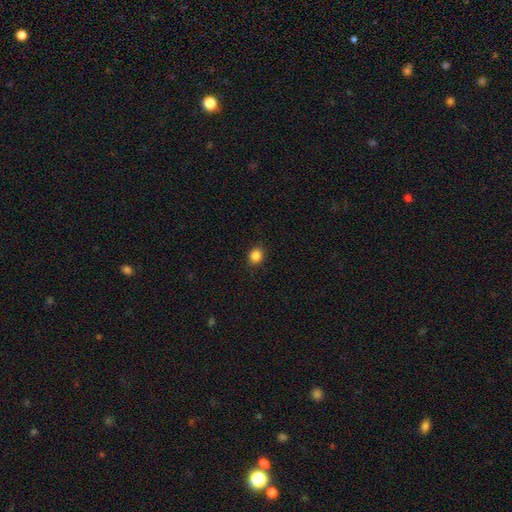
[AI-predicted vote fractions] The model was most divided on "how rounded": round: 71%, in between: 28%, cigar-shaped: 1%. More confident: merging — none (89%); smooth or featured — smooth (86%).